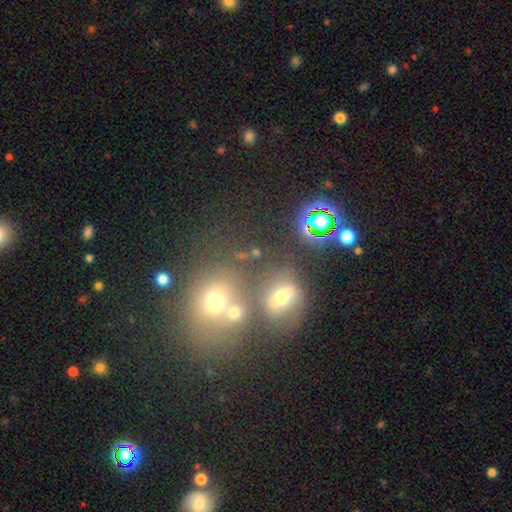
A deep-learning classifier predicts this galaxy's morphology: type=smooth (48%); merging=merger (46%).